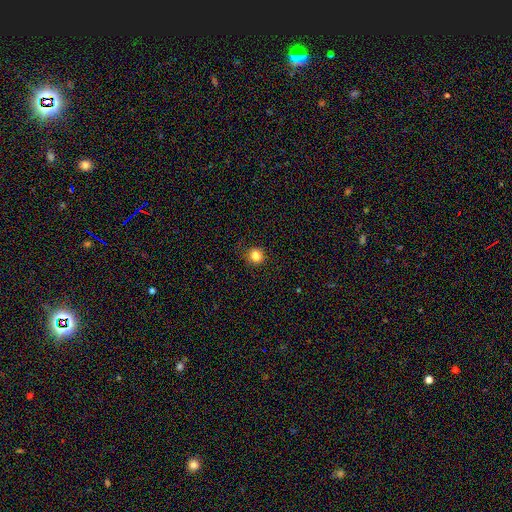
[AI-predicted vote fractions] This is clearly a smooth galaxy (83%). How rounded: clearly round (93%). Merging: clearly none (90%).